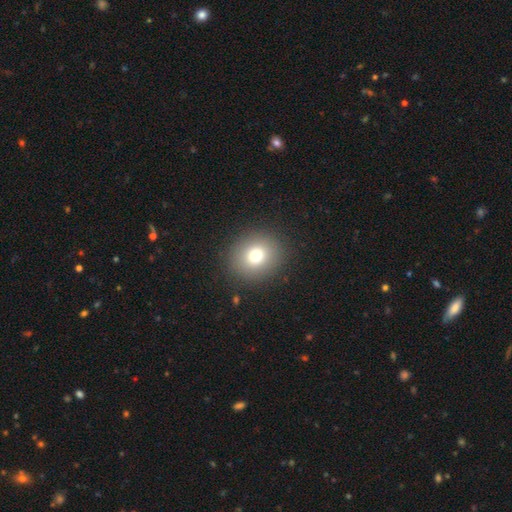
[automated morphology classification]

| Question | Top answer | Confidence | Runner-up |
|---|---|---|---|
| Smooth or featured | smooth | 75% | star or artifact (14%) |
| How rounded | round | 83% | in between (16%) |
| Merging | none | 89% | minor disturbance (7%) |